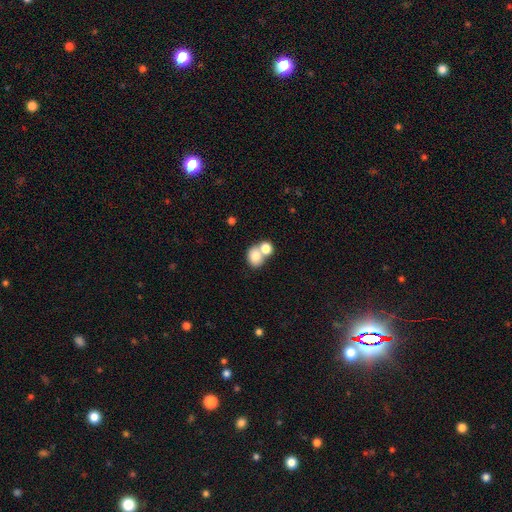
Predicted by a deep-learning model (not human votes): Q: Smooth or featured?
A: smooth (79%); runner-up: featured or disk (12%)
Q: How rounded?
A: round (56%); runner-up: in between (43%)
Q: Merging?
A: merger (54%); runner-up: none (34%)